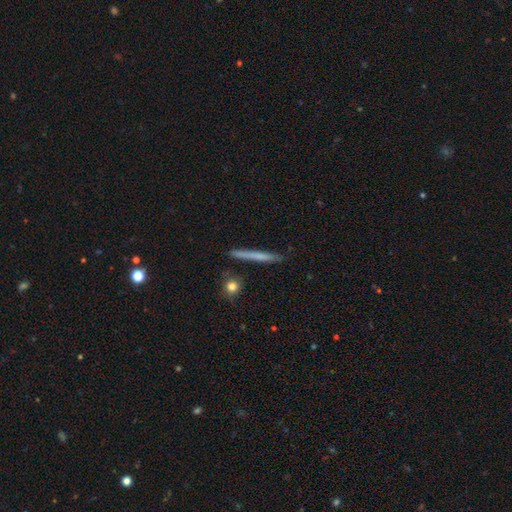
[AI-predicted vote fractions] smooth_or_featured: smooth (p=0.55) [alt: featured or disk p=0.38]
how_rounded: cigar-shaped (p=0.96) [alt: in between p=0.02]
merging: none (p=0.87) [alt: minor disturbance p=0.10]